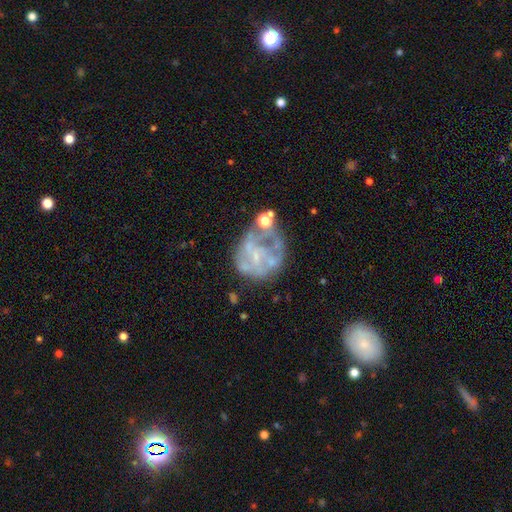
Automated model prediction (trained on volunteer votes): A featured or disk galaxy (67%) with no bar (78%), no spiral arms (74%) and no central bulge (50%). Merging: none (40%).